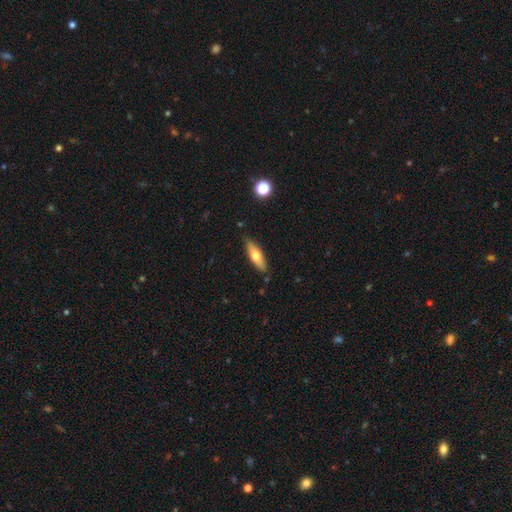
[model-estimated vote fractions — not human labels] Smooth or featured? smooth (62%)
How rounded? cigar-shaped (50%)
Merging? none (85%)